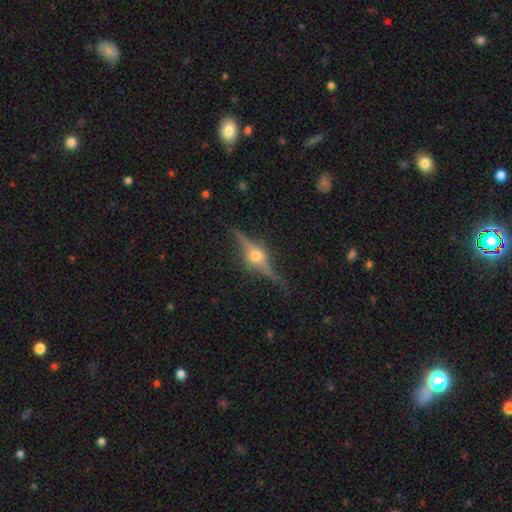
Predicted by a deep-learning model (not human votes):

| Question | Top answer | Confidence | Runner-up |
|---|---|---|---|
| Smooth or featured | featured or disk | 88% | star or artifact (7%) |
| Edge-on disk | yes | 97% | no (3%) |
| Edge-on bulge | rounded | 95% | boxy (4%) |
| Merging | none | 86% | minor disturbance (10%) |